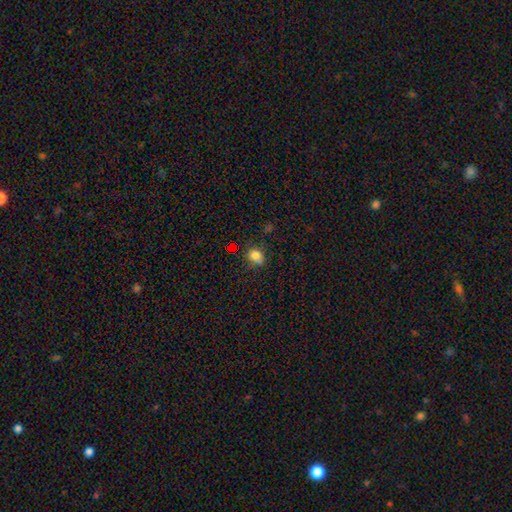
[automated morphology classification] Smooth or featured?
  - smooth: 75% *
  - star or artifact: 19%
  - featured or disk: 6%
How rounded?
  - round: 61% *
  - in between: 37%
  - cigar-shaped: 1%
Merging?
  - none: 72% *
  - minor disturbance: 18%
  - major disturbance: 5%
  - merger: 5%